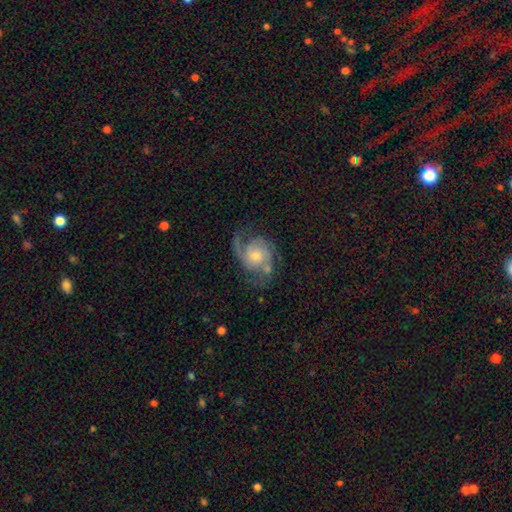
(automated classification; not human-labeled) Q: Smooth or featured?
A: featured or disk (83%); runner-up: smooth (11%)
Q: Edge-on disk?
A: no (98%); runner-up: yes (2%)
Q: Bar?
A: no (68%); runner-up: weak (27%)
Q: Spiral arms?
A: yes (95%); runner-up: no (5%)
Q: Spiral winding?
A: medium (50%); runner-up: loose (28%)
Q: Spiral arm count?
A: 2 (75%); runner-up: 1 (8%)
Q: Bulge size?
A: moderate (46%); runner-up: small (44%)
Q: Merging?
A: none (59%); runner-up: minor disturbance (20%)